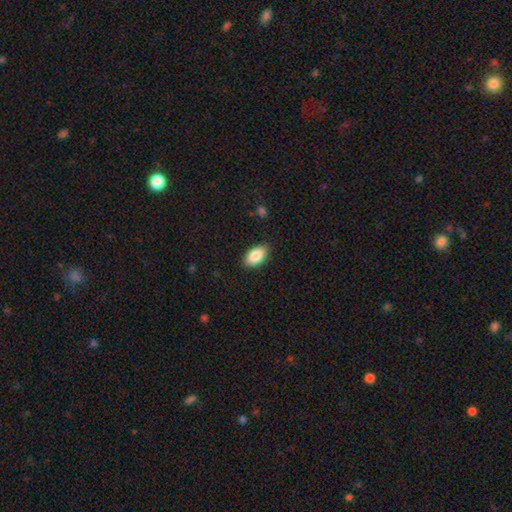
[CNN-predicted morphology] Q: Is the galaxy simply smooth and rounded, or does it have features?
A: smooth — 87%.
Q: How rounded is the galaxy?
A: in between — 94%.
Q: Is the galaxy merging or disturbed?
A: none — 85%.